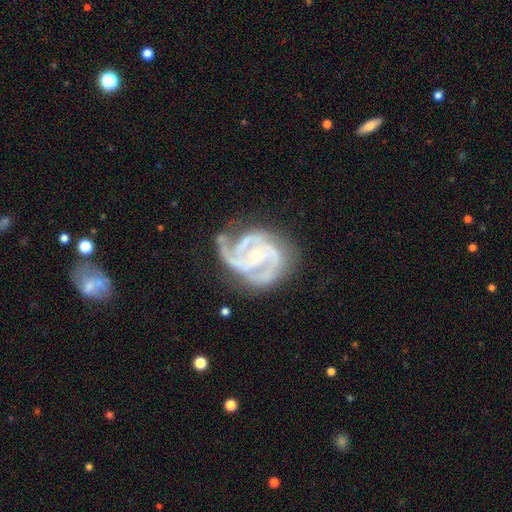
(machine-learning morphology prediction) A featured or disk galaxy (91%) with no bar (53%), 3 (57%) tight (46%) spiral arms (98%) and a small central bulge (68%).

Vote fractions:
- Smooth or featured? featured or disk: 91% / star or artifact: 5% / smooth: 4%
- Edge-on disk? no: 98% / yes: 2%
- Bar? no: 53% / weak: 30% / strong: 17%
- Spiral arms? yes: 98% / no: 2%
- Spiral winding? tight: 46% / medium: 45% / loose: 8%
- Spiral arm count? 3: 57% / 2: 19% / 4: 9% / can't tell: 7% / 1: 4% / more than 4: 4%
- Bulge size? small: 68% / moderate: 30% / none: 1% / large: 1% / dominant: 1%
- Merging? none: 56% / minor disturbance: 25% / major disturbance: 17% / merger: 2%